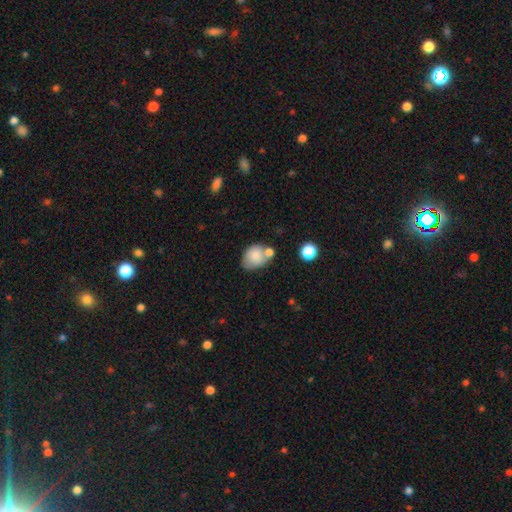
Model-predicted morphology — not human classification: type=smooth (78%); roundness=in between (61%); merging=none (45%).